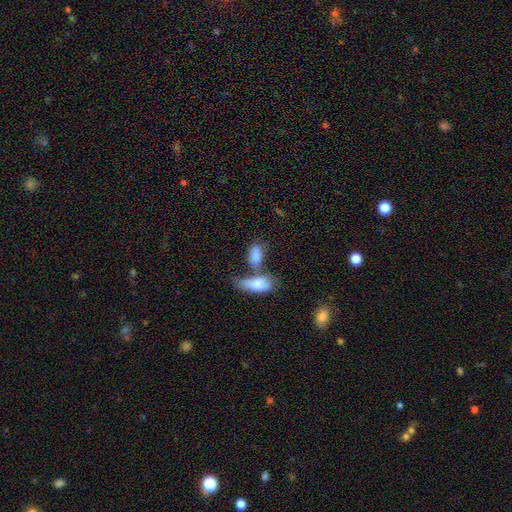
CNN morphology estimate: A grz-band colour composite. It shows a smooth galaxy with no disk features (82%) that is in between round and cigar-shaped (86%). Merging: merger (44%).